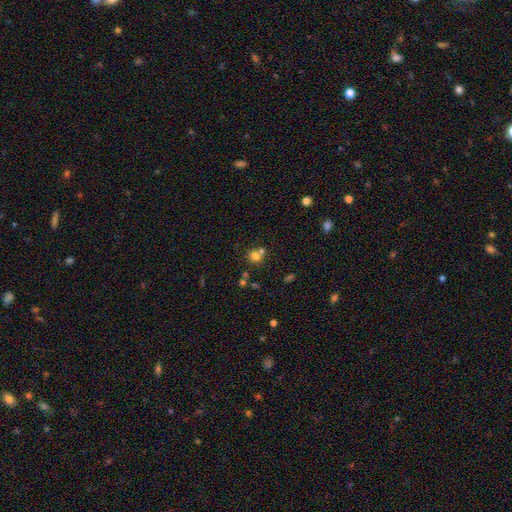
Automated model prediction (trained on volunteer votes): Smooth or featured?
  - smooth: 73% *
  - star or artifact: 16%
  - featured or disk: 10%
How rounded?
  - round: 85% *
  - in between: 14%
  - cigar-shaped: 1%
Merging?
  - none: 54% *
  - merger: 35%
  - minor disturbance: 7%
  - major disturbance: 3%